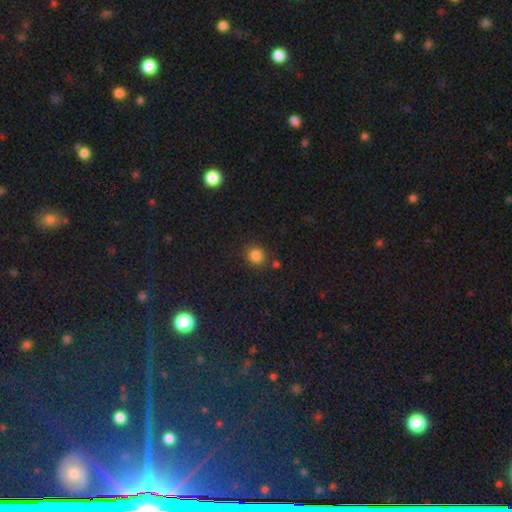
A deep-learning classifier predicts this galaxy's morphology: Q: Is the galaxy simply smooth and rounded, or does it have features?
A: smooth — 82%.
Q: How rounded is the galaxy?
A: round — 85%.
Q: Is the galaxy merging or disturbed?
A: none — 80%.